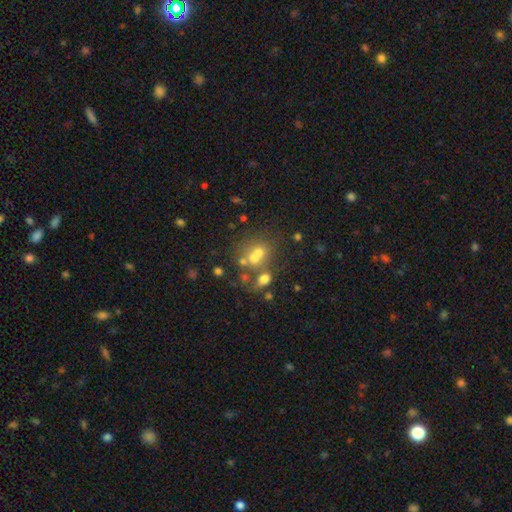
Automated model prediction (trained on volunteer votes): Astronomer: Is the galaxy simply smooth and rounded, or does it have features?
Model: smooth — 50% (runner-up: featured or disk, 28%).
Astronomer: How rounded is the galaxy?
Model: round — 62%.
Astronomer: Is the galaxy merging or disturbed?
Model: merger — 48% (runner-up: none, 36%).